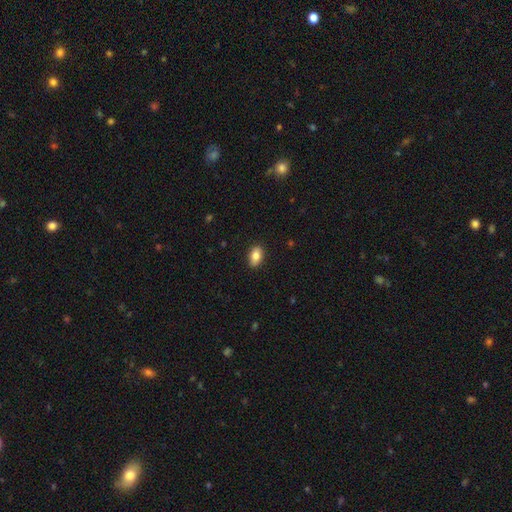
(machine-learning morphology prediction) smooth_or_featured: smooth (p=0.84) [alt: featured or disk p=0.09]
how_rounded: in between (p=0.90) [alt: round p=0.08]
merging: none (p=0.89) [alt: minor disturbance p=0.08]